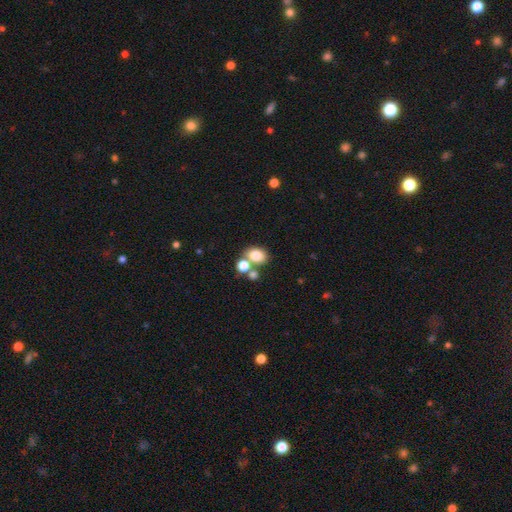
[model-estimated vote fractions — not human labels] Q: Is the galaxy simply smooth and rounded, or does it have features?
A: smooth — 79%.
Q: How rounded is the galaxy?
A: in between — 59%.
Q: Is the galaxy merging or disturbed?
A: none — 53%.